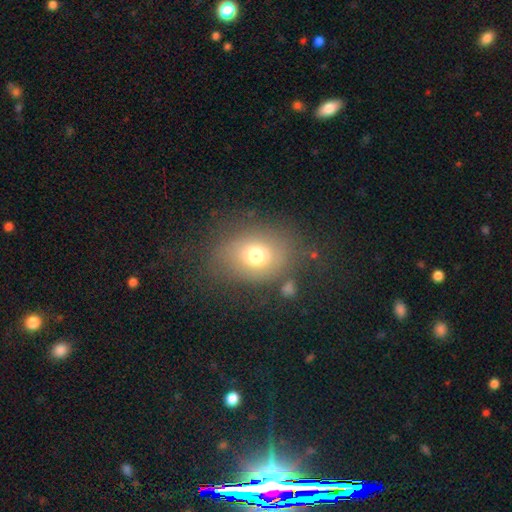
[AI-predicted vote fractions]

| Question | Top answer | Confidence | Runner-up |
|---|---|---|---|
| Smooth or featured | smooth | 70% | featured or disk (16%) |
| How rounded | in between | 52% | round (47%) |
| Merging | none | 68% | minor disturbance (17%) |